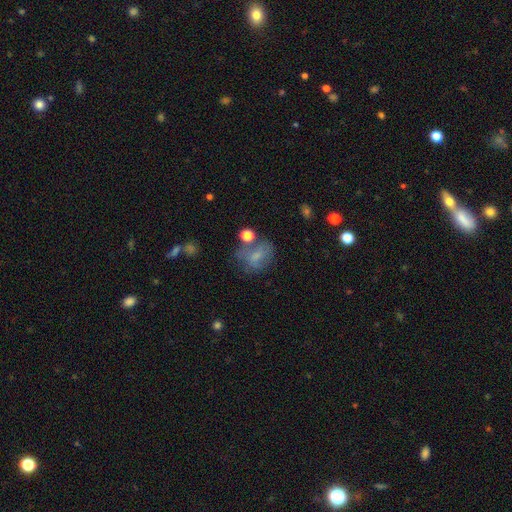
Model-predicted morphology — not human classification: Q: Smooth or featured?
A: smooth (58%); runner-up: featured or disk (28%)
Q: How rounded?
A: in between (60%); runner-up: round (38%)
Q: Merging?
A: none (45%); runner-up: minor disturbance (24%)